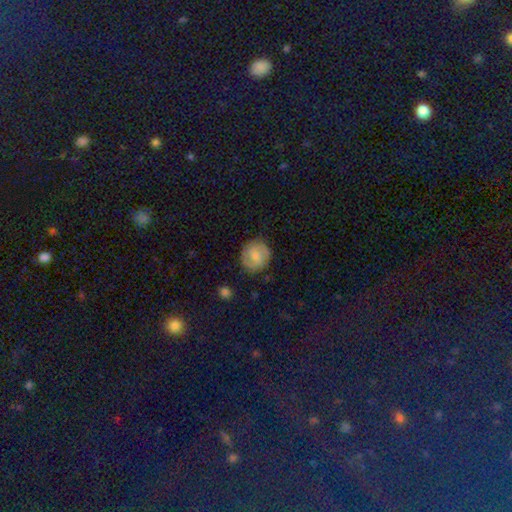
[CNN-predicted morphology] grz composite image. It shows a smooth galaxy with no disk features (55%) that is round (83%). Merging: none (80%).